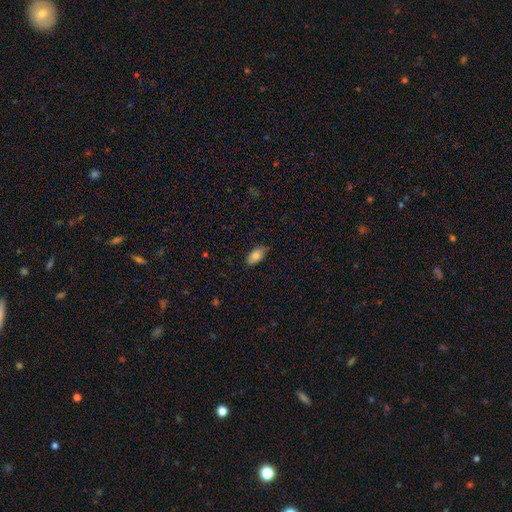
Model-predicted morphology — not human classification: Smooth or featured?
  - smooth: 81% *
  - featured or disk: 12%
  - star or artifact: 7%
How rounded?
  - in between: 92% *
  - cigar-shaped: 5%
  - round: 3%
Merging?
  - none: 83% *
  - minor disturbance: 14%
  - major disturbance: 2%
  - merger: 1%